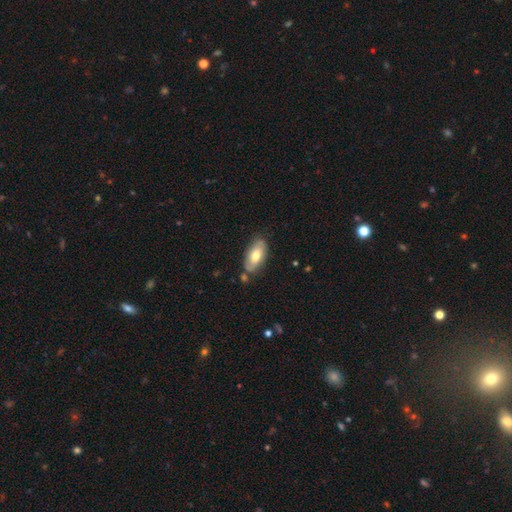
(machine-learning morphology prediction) Smooth or featured?
  - smooth: 66% *
  - featured or disk: 28%
  - star or artifact: 6%
How rounded?
  - in between: 91% *
  - cigar-shaped: 6%
  - round: 3%
Merging?
  - none: 73% *
  - minor disturbance: 18%
  - merger: 5%
  - major disturbance: 4%